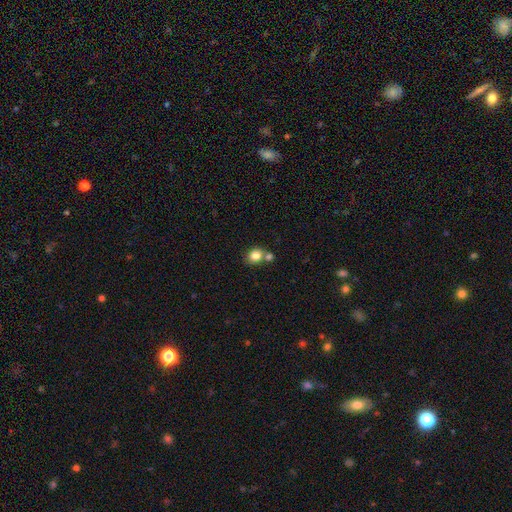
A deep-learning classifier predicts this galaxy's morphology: Smooth or featured?
  - smooth: 82% *
  - star or artifact: 10%
  - featured or disk: 8%
How rounded?
  - round: 67% *
  - in between: 32%
  - cigar-shaped: 1%
Merging?
  - none: 55% *
  - merger: 32%
  - minor disturbance: 10%
  - major disturbance: 3%